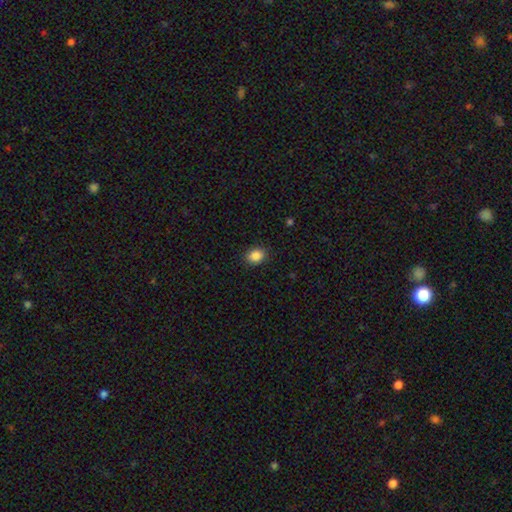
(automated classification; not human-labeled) This is clearly a smooth galaxy (88%). How rounded: possibly in between (53%). Merging: clearly none (89%).